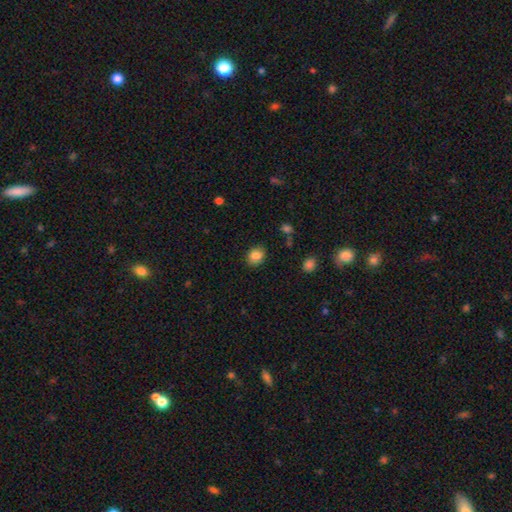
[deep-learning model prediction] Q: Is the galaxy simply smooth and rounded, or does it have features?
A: smooth — 85%.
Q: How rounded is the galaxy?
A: round — 54%.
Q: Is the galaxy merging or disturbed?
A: none — 86%.